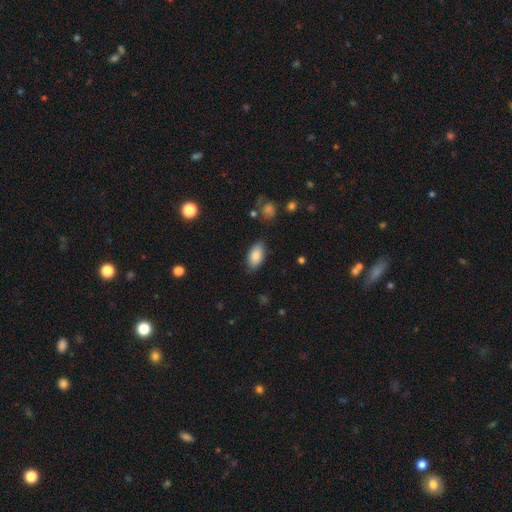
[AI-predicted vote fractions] smooth 84%, featured or disk 9%, star or artifact 7%. Down the decision tree: how rounded — in between (94%); merging — none (83%).